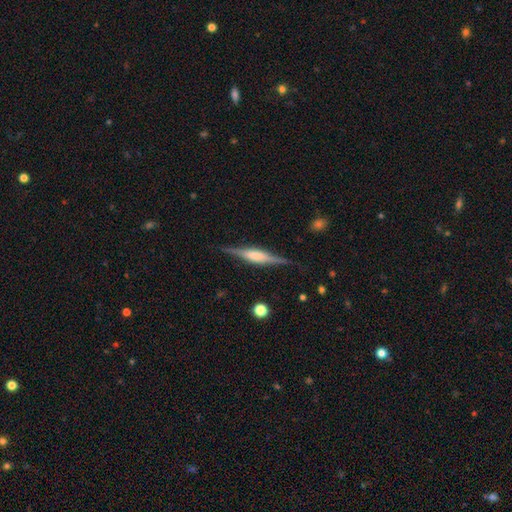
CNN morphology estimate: Overall: featured or disk (77%). Edge-on disk: yes (97%). Edge-on bulge: rounded (52%; boxy 39%). Merging: none (86%).